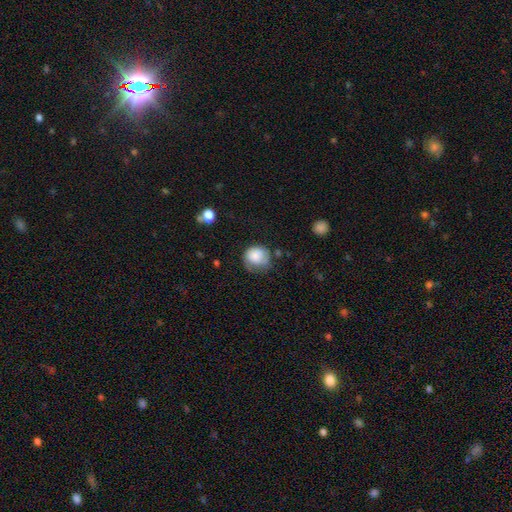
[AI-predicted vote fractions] Smooth or featured: smooth — 77% (featured or disk — 15%)
How rounded: round — 78% (in between — 22%)
Merging: none — 44% (minor disturbance — 34%)